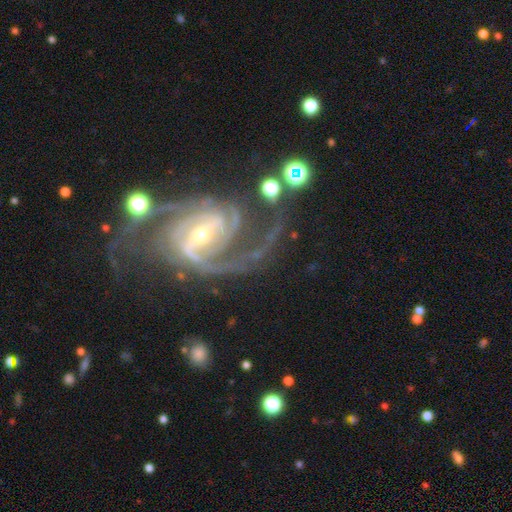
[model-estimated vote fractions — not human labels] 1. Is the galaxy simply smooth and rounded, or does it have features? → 92% featured or disk, 5% star or artifact, 3% smooth.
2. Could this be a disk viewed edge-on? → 97% no, 3% yes.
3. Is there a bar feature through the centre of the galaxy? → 42% strong, 41% weak, 17% no.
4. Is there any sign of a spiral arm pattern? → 98% yes, 2% no.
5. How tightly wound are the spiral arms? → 51% medium, 36% tight, 13% loose.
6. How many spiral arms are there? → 55% 2, 20% 3, 9% can't tell, 6% 4, 5% 1, 5% more than 4.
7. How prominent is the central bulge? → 59% small, 36% moderate, 2% large, 1% none, 1% dominant.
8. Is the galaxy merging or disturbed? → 58% none, 18% major disturbance, 18% minor disturbance, 6% merger.